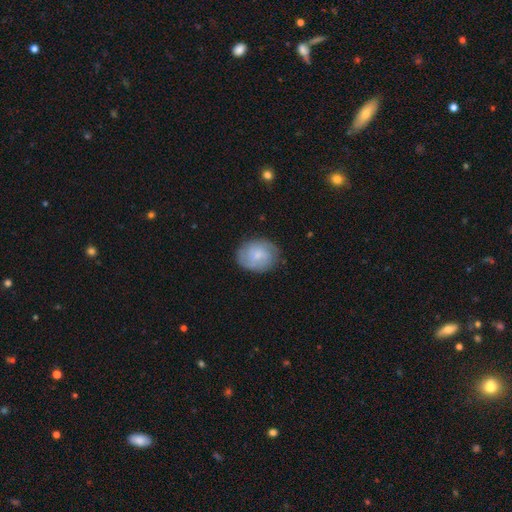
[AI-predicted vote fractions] Q: Smooth or featured?
A: featured or disk (47%); runner-up: smooth (46%)
Q: Merging?
A: none (78%); runner-up: minor disturbance (17%)